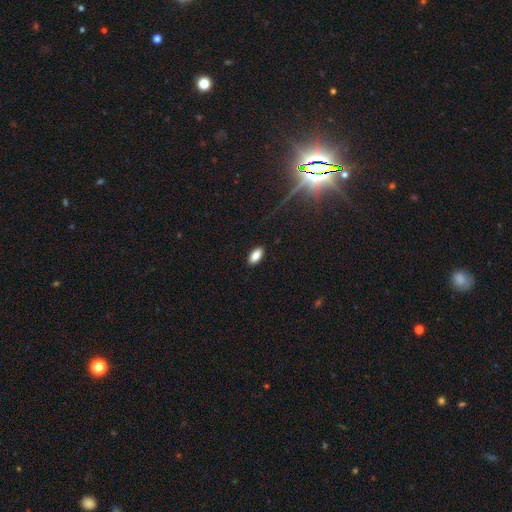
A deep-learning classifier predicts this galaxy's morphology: A smooth galaxy with no disk features (86%) that is in between round and cigar-shaped (89%).

Vote fractions:
- Smooth or featured? smooth: 86% / star or artifact: 8% / featured or disk: 6%
- How rounded? in between: 89% / cigar-shaped: 8% / round: 2%
- Merging? none: 89% / minor disturbance: 8% / major disturbance: 2% / merger: 1%